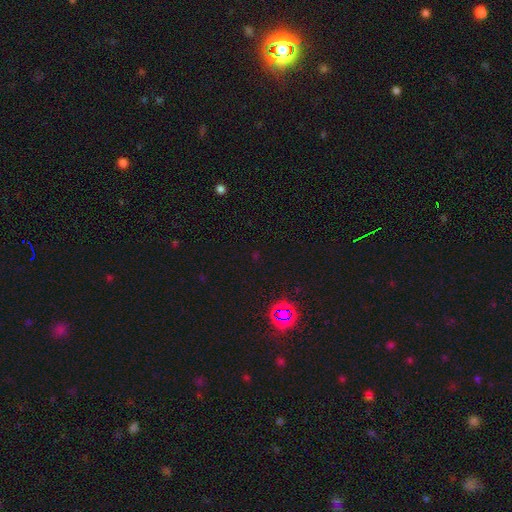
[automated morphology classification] smooth-or-featured: star or artifact: 72% | smooth: 20% | featured or disk: 7%